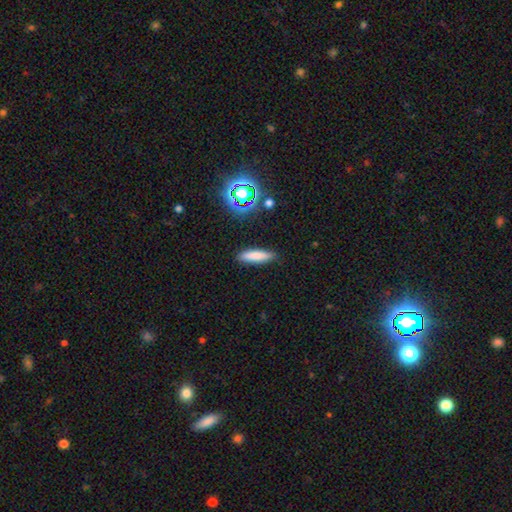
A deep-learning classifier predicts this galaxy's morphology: Q: Smooth or featured?
A: smooth (79%); runner-up: featured or disk (10%)
Q: How rounded?
A: cigar-shaped (74%); runner-up: in between (25%)
Q: Merging?
A: none (87%); runner-up: minor disturbance (9%)